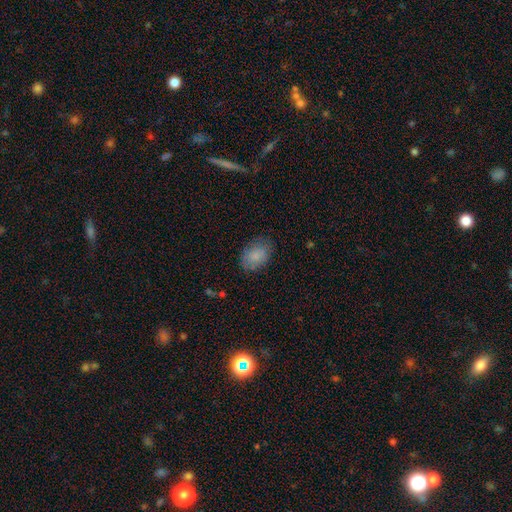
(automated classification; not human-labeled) A smooth galaxy with no disk features (84%) that is in between round and cigar-shaped (80%). Merging: none (76%).